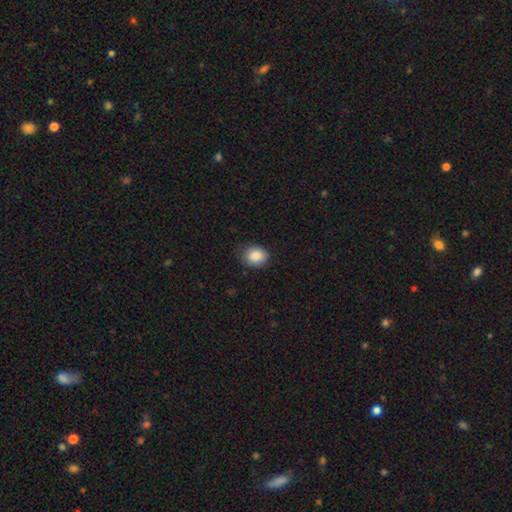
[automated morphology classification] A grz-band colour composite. It shows a smooth galaxy with no disk features (88%) that is round (52%). Merging: none (80%).